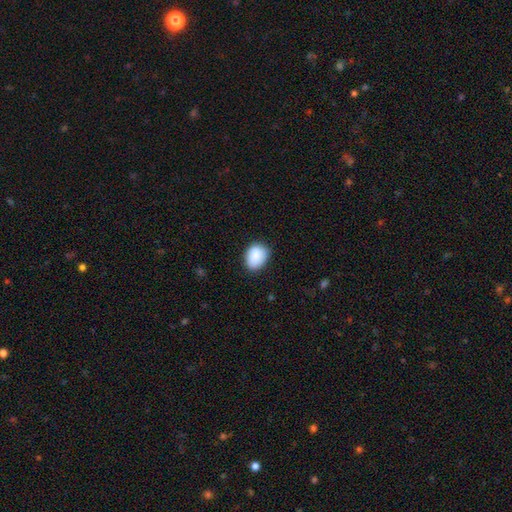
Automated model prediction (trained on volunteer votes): The model was most divided on "how rounded": in between: 68%, round: 31%, cigar-shaped: 1%. More confident: smooth or featured — smooth (89%); merging — none (79%).